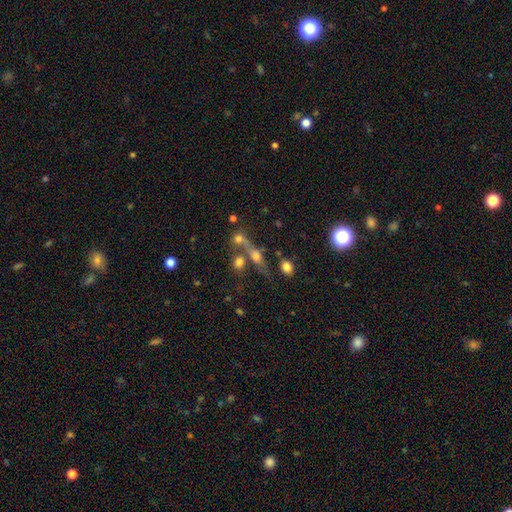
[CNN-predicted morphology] smooth-or-featured: smooth: 44% | featured or disk: 36% | star or artifact: 20%
  merging: none: 47% | merger: 31% | minor disturbance: 12% | major disturbance: 10%